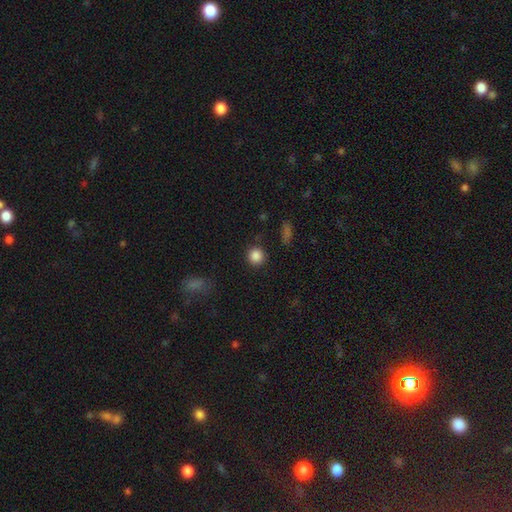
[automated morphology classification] A smooth galaxy with no disk features (86%) that is round (93%). Merging: none (87%).